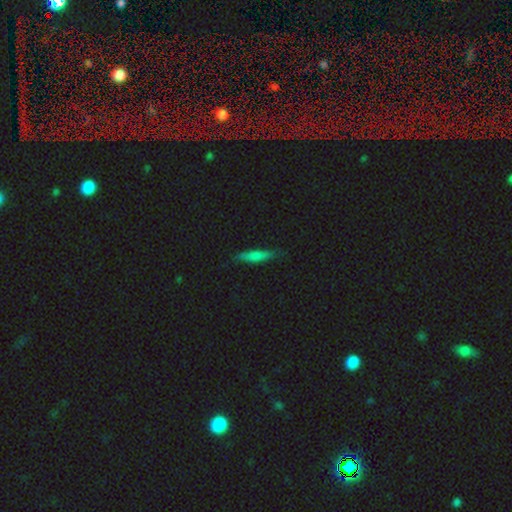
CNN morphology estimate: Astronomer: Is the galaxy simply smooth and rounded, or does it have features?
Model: smooth — 67%.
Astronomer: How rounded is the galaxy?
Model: cigar-shaped — 81%.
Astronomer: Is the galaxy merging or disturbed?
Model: none — 82%.